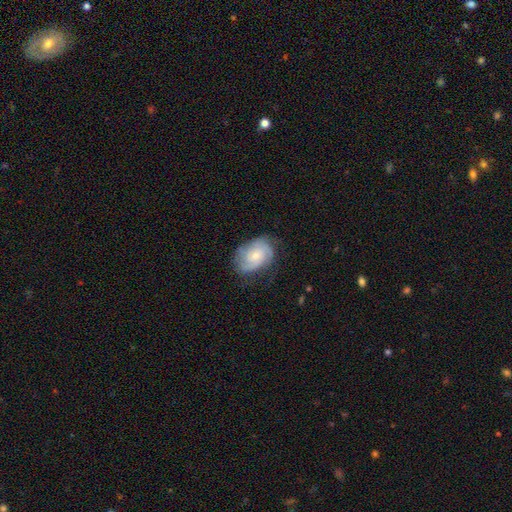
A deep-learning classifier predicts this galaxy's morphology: Smooth or featured? featured or disk (69%)
Edge-on disk? no (97%)
Bar? no (72%)
Spiral arms? yes (93%)
Spiral winding? tight (52%)
Spiral arm count? 2 (31%)
Bulge size? small (55%)
Merging? none (65%)